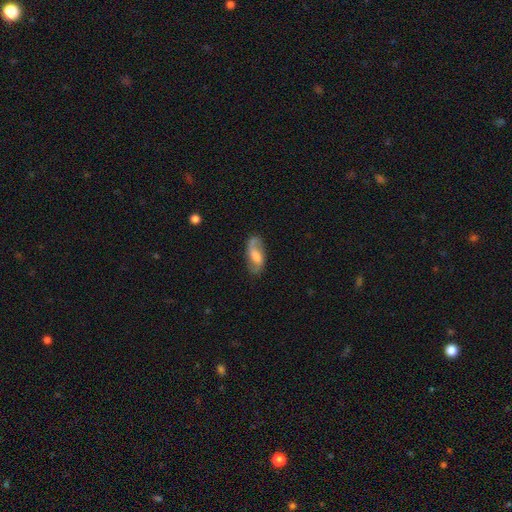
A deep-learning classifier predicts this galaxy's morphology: Smooth or featured: featured or disk — 55% (smooth — 38%)
Edge-on disk: no — 91% (yes — 9%)
Merging: none — 70% (minor disturbance — 20%)